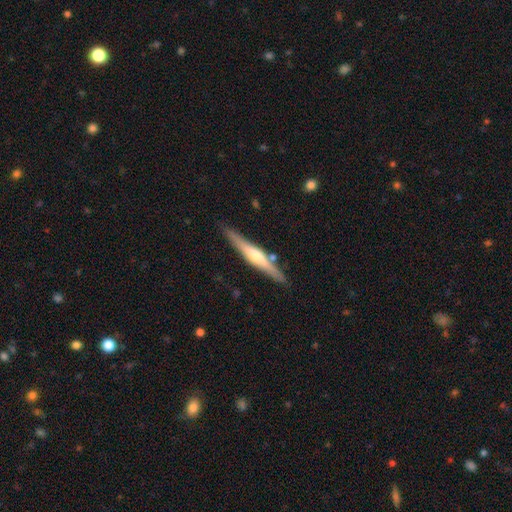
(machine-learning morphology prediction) Smooth or featured: featured or disk — 68% (smooth — 26%)
Edge-on disk: yes — 97% (no — 3%)
Edge-on bulge: rounded — 80% (boxy — 10%)
Merging: none — 86% (minor disturbance — 9%)